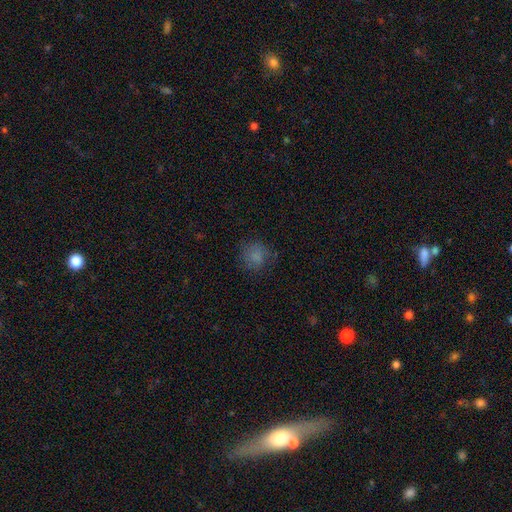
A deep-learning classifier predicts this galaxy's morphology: smooth 78%, star or artifact 13%, featured or disk 10%. Down the decision tree: how rounded — round (85%); merging — none (74%).